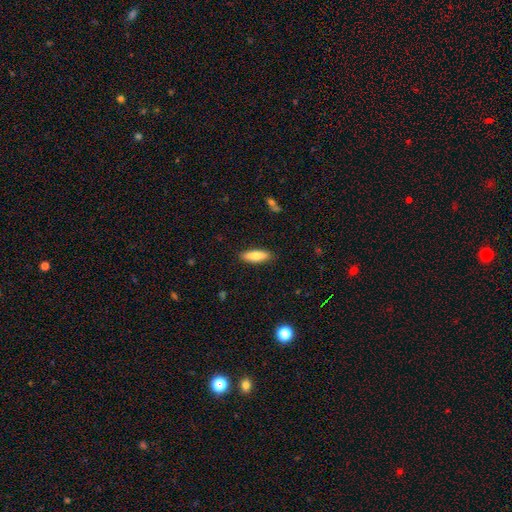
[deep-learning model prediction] Morphology: type=smooth (78%); roundness=cigar-shaped (49%, tied with in between); merging=none (88%).